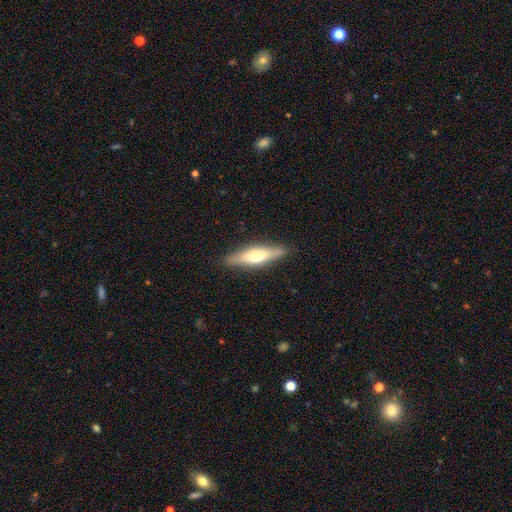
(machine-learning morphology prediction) Q: Smooth or featured?
A: featured or disk (50%); runner-up: smooth (44%)
Q: Merging?
A: none (88%); runner-up: minor disturbance (9%)